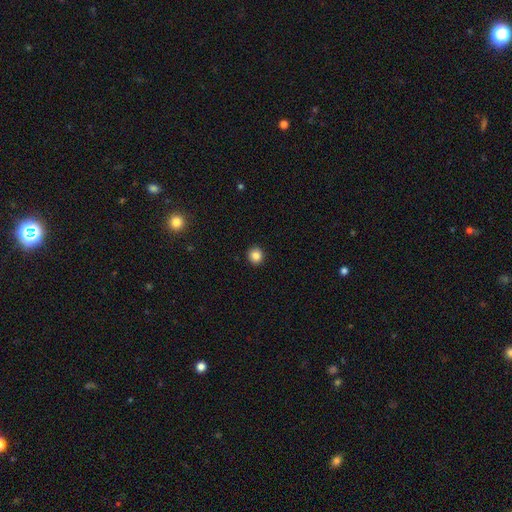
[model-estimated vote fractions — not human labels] smooth 85%, star or artifact 10%, featured or disk 4%. Down the decision tree: how rounded — round (92%); merging — none (93%).